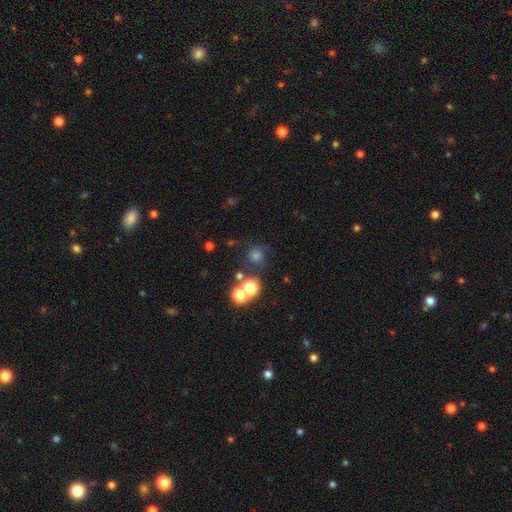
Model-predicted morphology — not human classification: Q: Smooth or featured?
A: smooth (64%); runner-up: star or artifact (25%)
Q: How rounded?
A: round (90%); runner-up: in between (9%)
Q: Merging?
A: none (65%); runner-up: merger (16%)